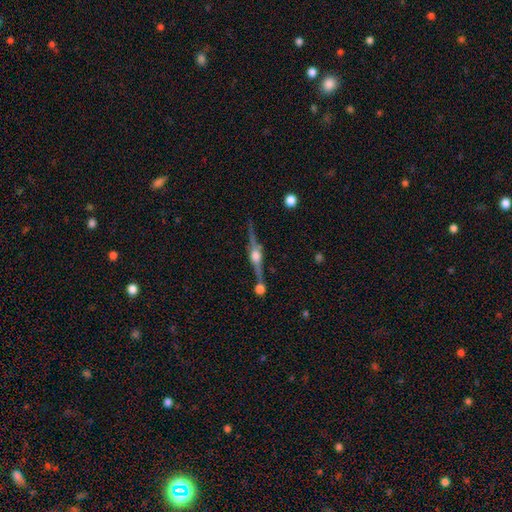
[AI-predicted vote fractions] smooth-or-featured: featured or disk: 86% | smooth: 7% | star or artifact: 6%
  disk-edge-on: yes: 97% | no: 3%
    edge-on-bulge: rounded: 94% | boxy: 5% | none: 2%
  merging: none: 76% | minor disturbance: 11% | merger: 10% | major disturbance: 3%